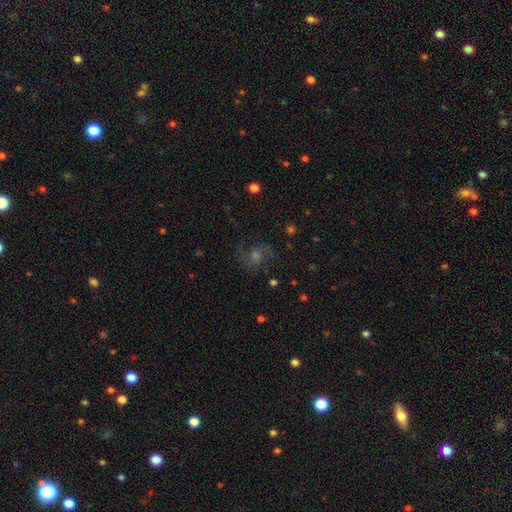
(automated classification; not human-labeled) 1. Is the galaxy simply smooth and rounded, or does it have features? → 64% featured or disk, 20% star or artifact, 16% smooth.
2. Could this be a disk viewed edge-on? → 97% no, 3% yes.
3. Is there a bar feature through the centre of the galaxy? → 58% no, 35% weak, 6% strong.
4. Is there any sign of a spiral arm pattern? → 93% yes, 7% no.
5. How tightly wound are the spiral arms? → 51% medium, 35% loose, 14% tight.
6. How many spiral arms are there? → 83% 2, 7% can't tell, 3% 3, 3% 1, 2% 4, 2% more than 4.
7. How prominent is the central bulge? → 46% moderate, 29% small, 12% large, 10% none, 2% dominant.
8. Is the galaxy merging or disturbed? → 75% none, 14% minor disturbance, 10% major disturbance, 2% merger.